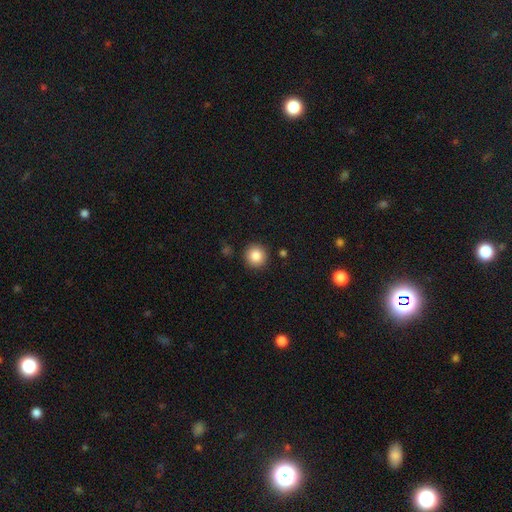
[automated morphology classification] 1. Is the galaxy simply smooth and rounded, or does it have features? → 85% smooth, 9% star or artifact, 5% featured or disk.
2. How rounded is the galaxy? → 95% round, 4% in between, 1% cigar-shaped.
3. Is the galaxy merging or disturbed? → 90% none, 6% minor disturbance, 2% major disturbance, 2% merger.